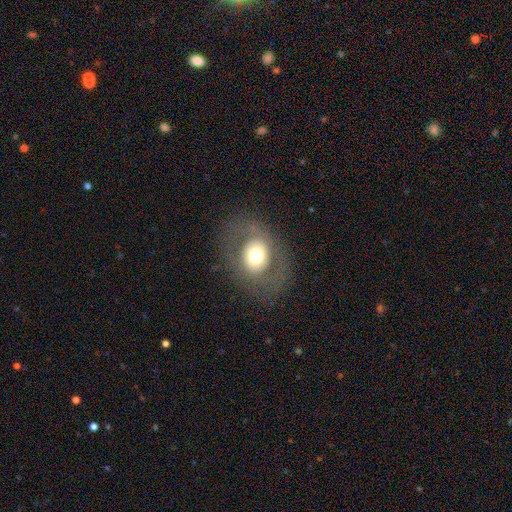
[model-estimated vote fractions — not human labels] The model was most divided on "how rounded": round: 56%, in between: 43%, cigar-shaped: 1%. More confident: merging — none (76%); smooth or featured — smooth (52%).